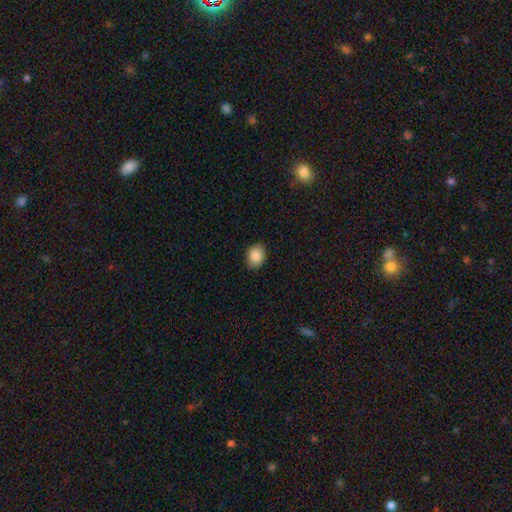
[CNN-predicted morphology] Overall: smooth (87%). How rounded: in between (64%; round 35%). Merging: none (89%).